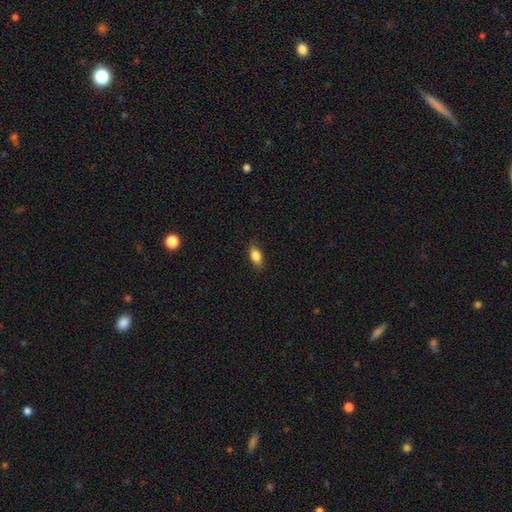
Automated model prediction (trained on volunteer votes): Morphology: type=smooth (84%); roundness=in between (85%); merging=none (83%).